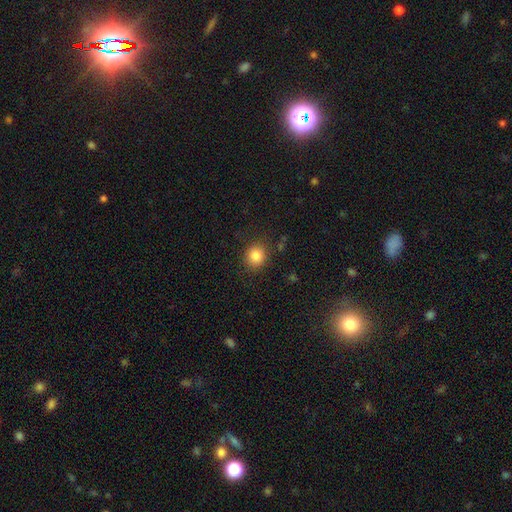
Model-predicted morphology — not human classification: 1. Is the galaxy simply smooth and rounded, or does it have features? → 85% smooth, 10% star or artifact, 5% featured or disk.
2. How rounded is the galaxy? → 83% round, 16% in between, 1% cigar-shaped.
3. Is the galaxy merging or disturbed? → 85% none, 10% minor disturbance, 4% major disturbance, 2% merger.